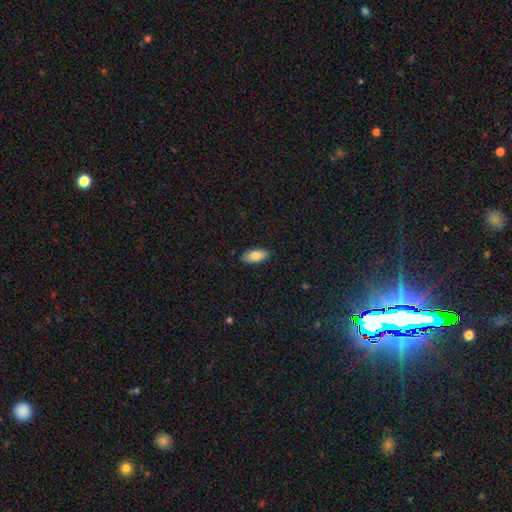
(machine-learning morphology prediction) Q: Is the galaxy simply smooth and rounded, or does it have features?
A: smooth — 86%.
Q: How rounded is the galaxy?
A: in between — 87%.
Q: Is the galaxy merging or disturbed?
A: none — 88%.